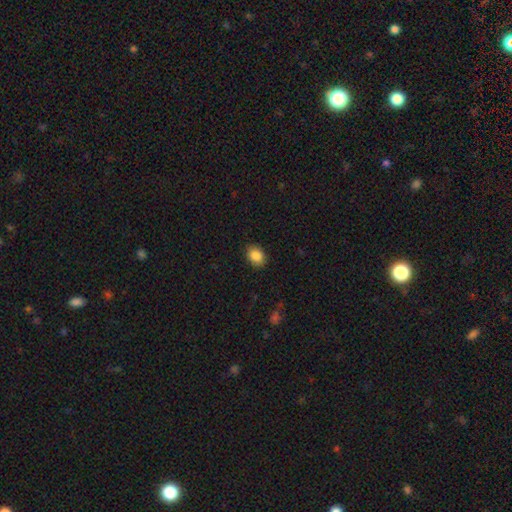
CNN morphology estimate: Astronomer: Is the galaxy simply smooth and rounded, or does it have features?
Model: smooth — 87%.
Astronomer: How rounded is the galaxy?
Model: in between — 67%.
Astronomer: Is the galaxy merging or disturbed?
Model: none — 89%.